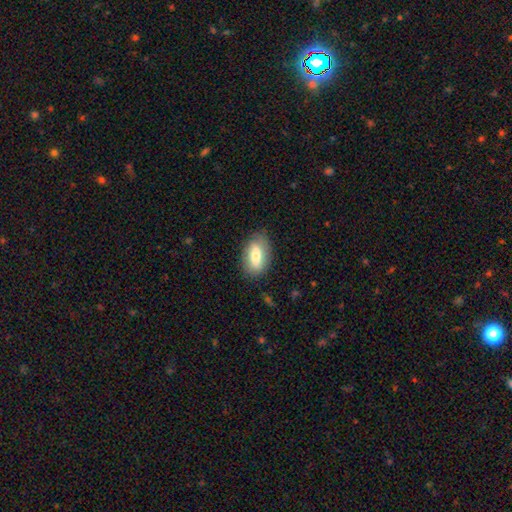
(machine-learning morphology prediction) This is likely a smooth galaxy (74%). How rounded: clearly in between (91%). Merging: likely none (80%).